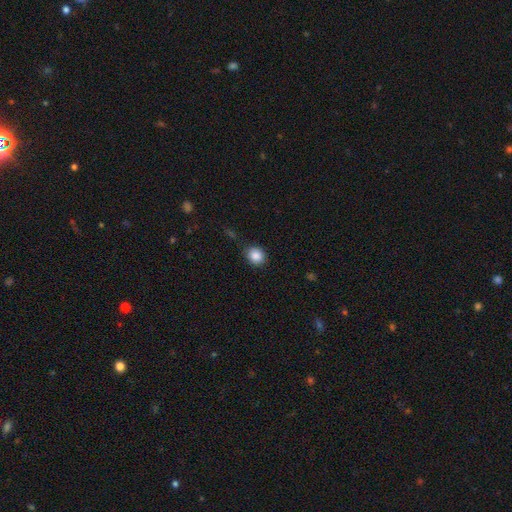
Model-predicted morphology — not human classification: Overall: smooth (87%). How rounded: round (72%). Merging: none (83%).